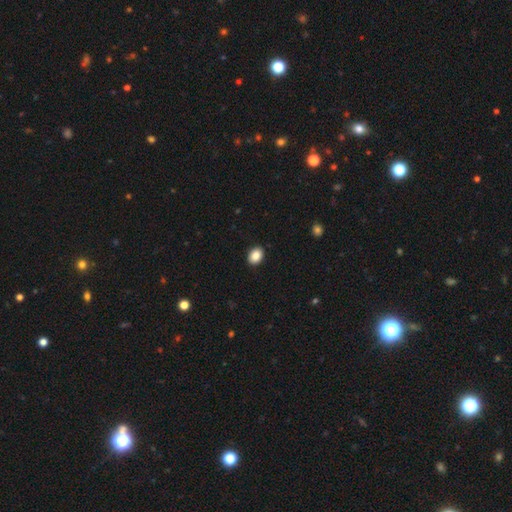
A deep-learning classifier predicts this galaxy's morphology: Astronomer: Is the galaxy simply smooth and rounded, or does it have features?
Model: smooth — 87%.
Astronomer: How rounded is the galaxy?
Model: in between — 66%.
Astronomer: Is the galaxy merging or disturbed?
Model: none — 91%.